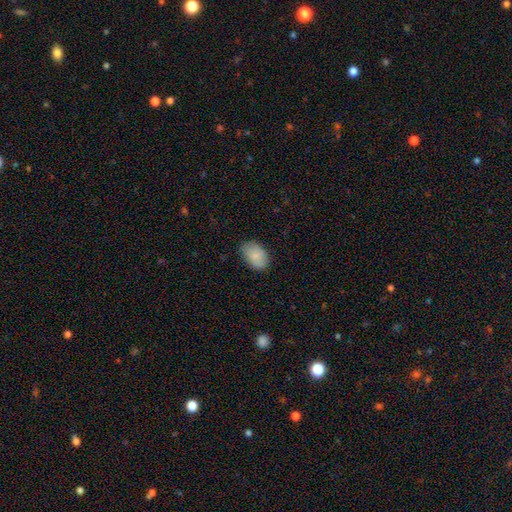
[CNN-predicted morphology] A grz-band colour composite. It shows a smooth galaxy with no disk features (84%) that is in between round and cigar-shaped (89%). Merging: none (80%).